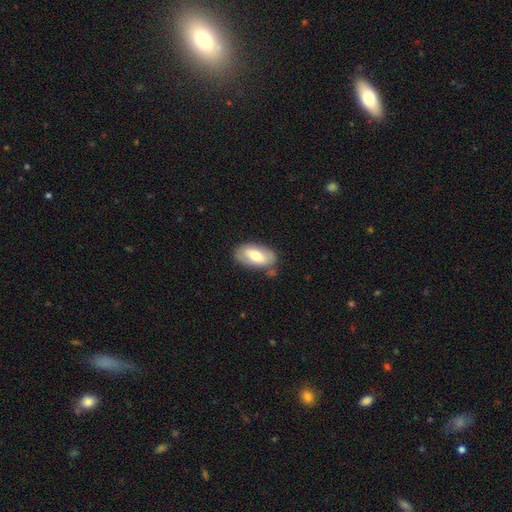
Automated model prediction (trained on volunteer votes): A smooth galaxy with no disk features (59%) that is in between round and cigar-shaped (93%). Merging: none (74%).